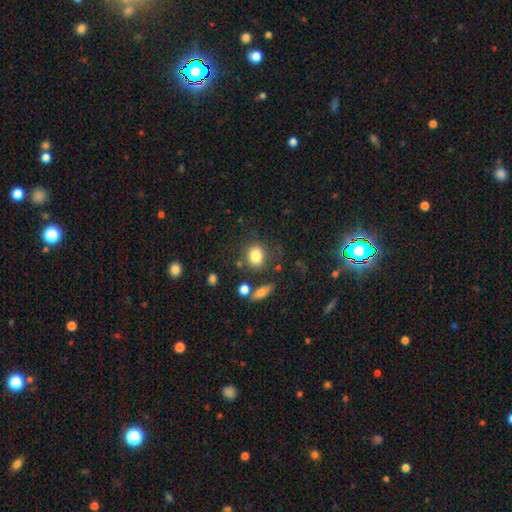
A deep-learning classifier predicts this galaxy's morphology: This is clearly a smooth galaxy (82%). How rounded: likely round (63%). Merging: likely none (73%).